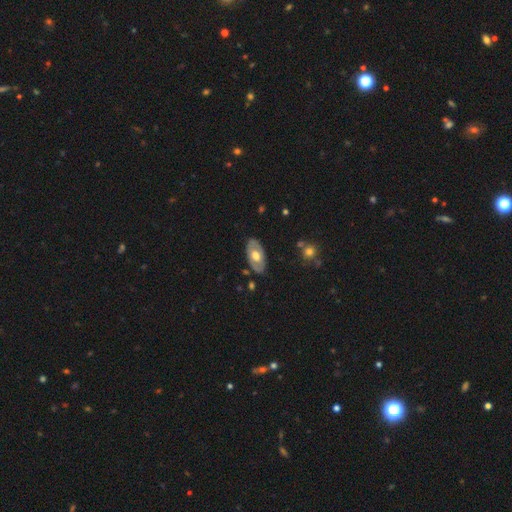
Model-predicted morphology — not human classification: featured or disk 53%, smooth 42%, star or artifact 5%. Down the decision tree: edge-on disk — no (86%); merging — none (82%).